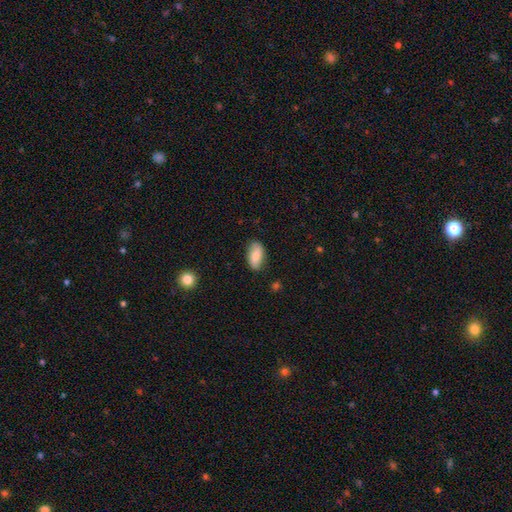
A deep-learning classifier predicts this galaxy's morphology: smooth 76%, featured or disk 18%, star or artifact 6%. Down the decision tree: how rounded — in between (92%); merging — none (82%).